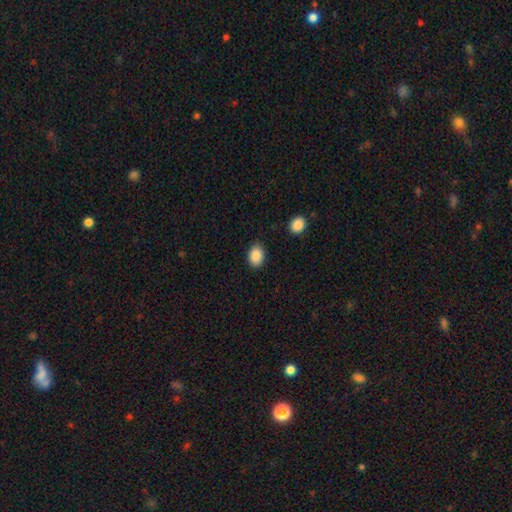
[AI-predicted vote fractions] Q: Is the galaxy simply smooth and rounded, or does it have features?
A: smooth — 88%.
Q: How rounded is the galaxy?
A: in between — 75%.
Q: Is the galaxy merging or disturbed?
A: none — 87%.